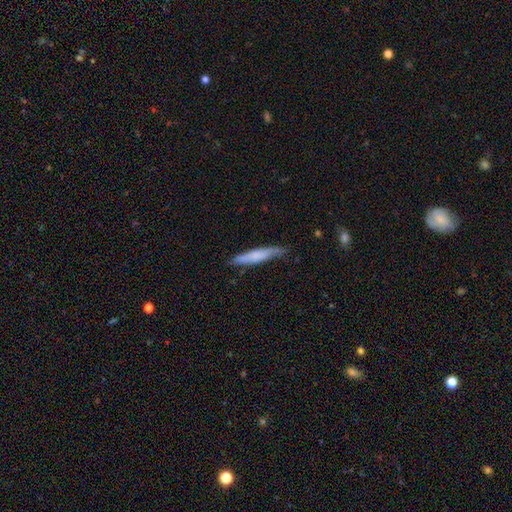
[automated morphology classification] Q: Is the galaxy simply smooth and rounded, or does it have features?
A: smooth — 66%.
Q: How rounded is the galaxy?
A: cigar-shaped — 91%.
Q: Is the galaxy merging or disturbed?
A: none — 76%.